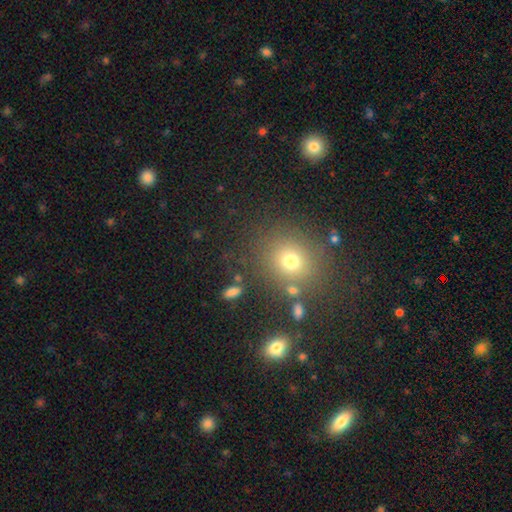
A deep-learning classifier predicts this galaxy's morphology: Q: Smooth or featured?
A: smooth (63%); runner-up: star or artifact (28%)
Q: How rounded?
A: round (81%); runner-up: in between (18%)
Q: Merging?
A: none (82%); runner-up: minor disturbance (8%)